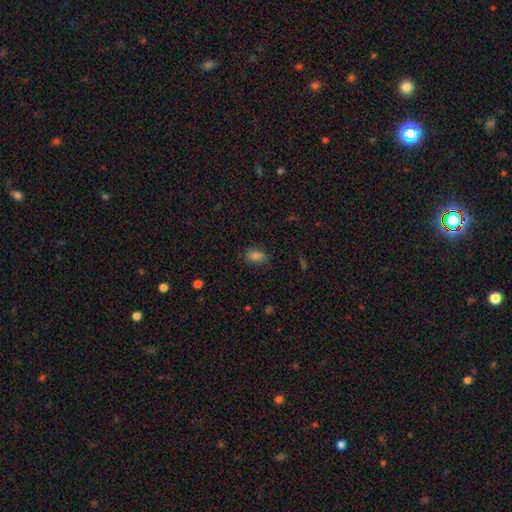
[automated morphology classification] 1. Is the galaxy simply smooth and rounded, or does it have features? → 78% smooth, 15% star or artifact, 6% featured or disk.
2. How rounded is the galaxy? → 83% in between, 14% round, 3% cigar-shaped.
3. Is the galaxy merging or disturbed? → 80% none, 15% minor disturbance, 4% major disturbance, 1% merger.